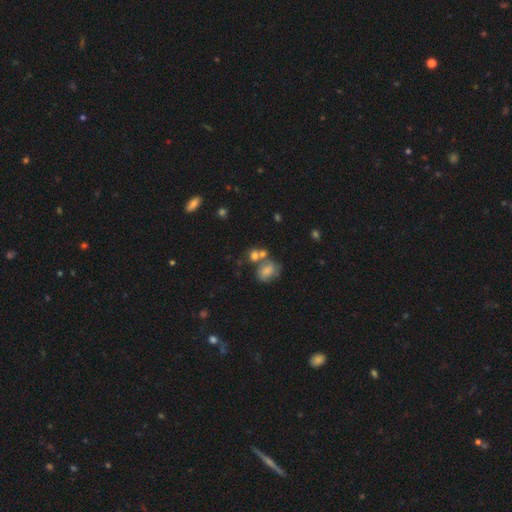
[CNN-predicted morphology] Q: Smooth or featured?
A: smooth (65%); runner-up: featured or disk (19%)
Q: How rounded?
A: round (50%); runner-up: in between (48%)
Q: Merging?
A: merger (42%); runner-up: none (37%)